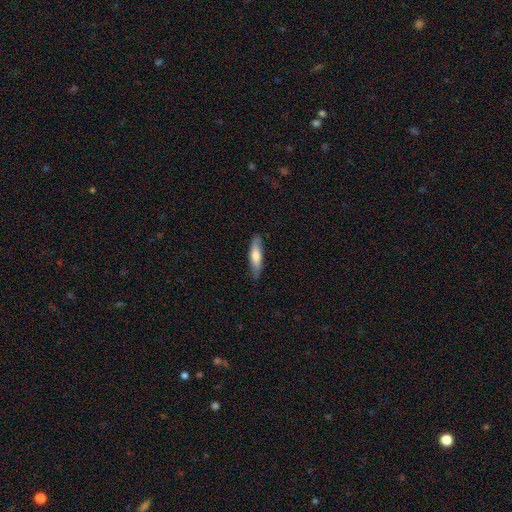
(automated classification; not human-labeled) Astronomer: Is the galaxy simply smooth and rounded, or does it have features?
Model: smooth — 65%.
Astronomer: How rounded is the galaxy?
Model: cigar-shaped — 69%.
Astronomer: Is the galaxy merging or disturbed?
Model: none — 82%.